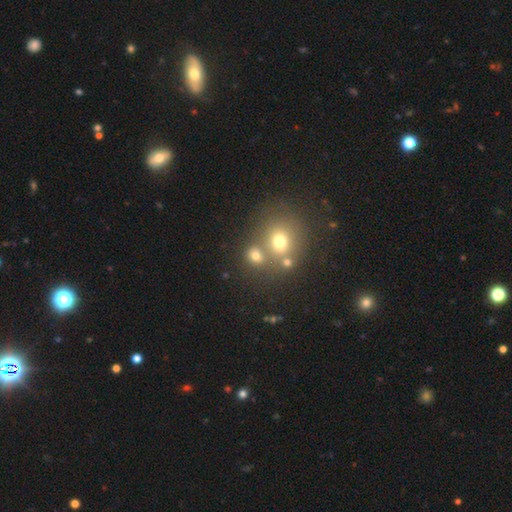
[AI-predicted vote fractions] The model was most divided on "merging": none: 53%, merger: 34%, minor disturbance: 9%, major disturbance: 5%. More confident: how rounded — round (71%); smooth or featured — smooth (70%).